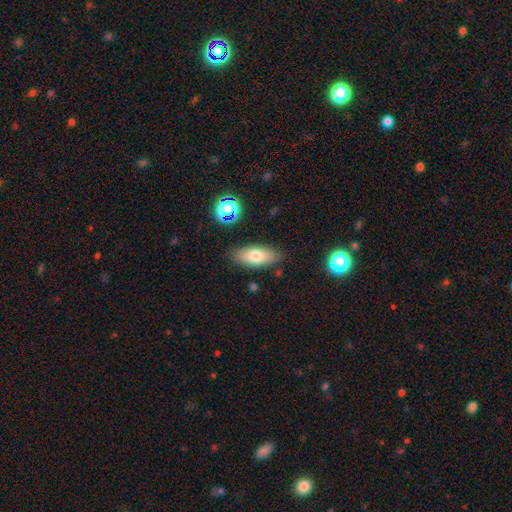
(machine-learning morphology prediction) Smooth or featured? Predicted: smooth (p=0.77). How rounded? Predicted: in between (p=0.83). Merging? Predicted: none (p=0.84).